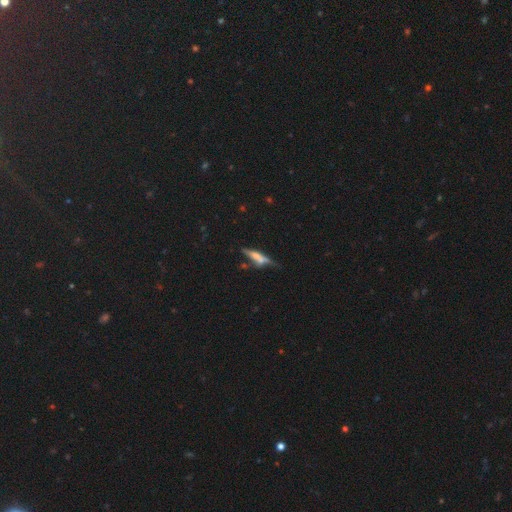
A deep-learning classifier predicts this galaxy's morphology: Smooth or featured?
  - featured or disk: 47% *
  - smooth: 44%
  - star or artifact: 10%
Merging?
  - none: 49% *
  - minor disturbance: 21%
  - merger: 20%
  - major disturbance: 11%